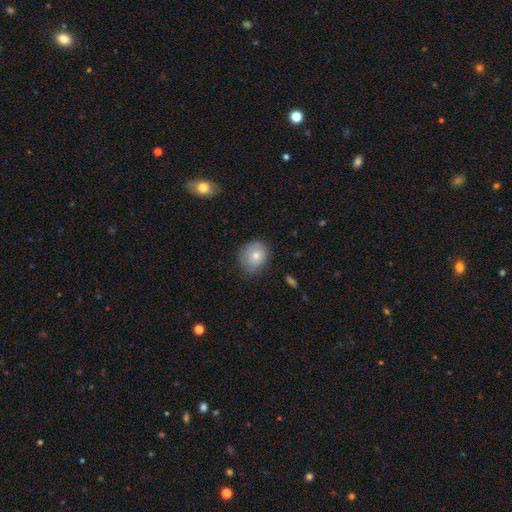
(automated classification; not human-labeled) Morphology: type=smooth (75%); roundness=round (71%); merging=none (67%).